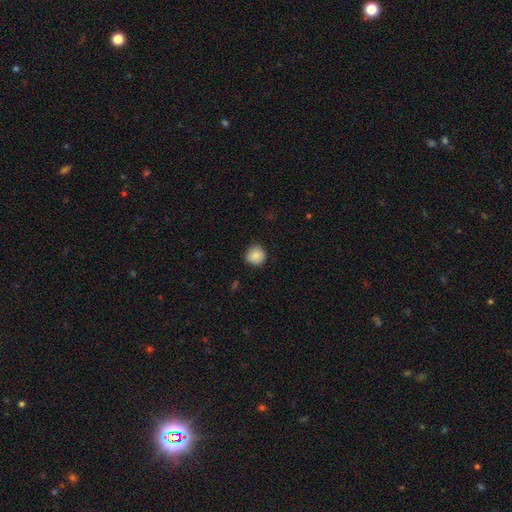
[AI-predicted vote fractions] Smooth or featured? Predicted: smooth (p=0.87). How rounded? Predicted: round (p=0.91). Merging? Predicted: none (p=0.83).